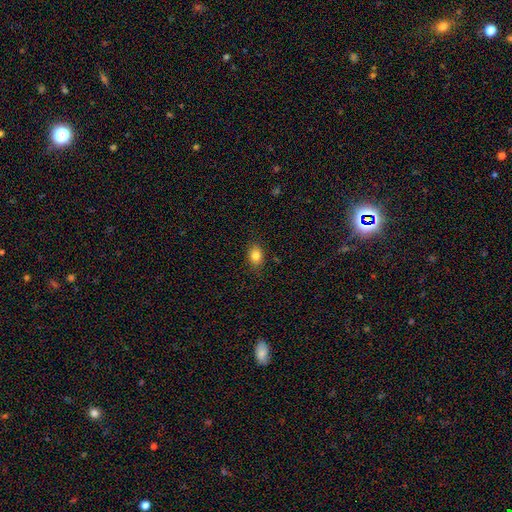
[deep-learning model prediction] Smooth or featured? smooth (83%)
How rounded? in between (72%)
Merging? none (84%)